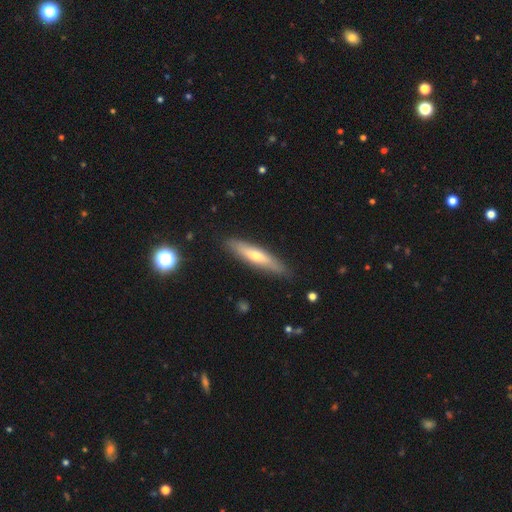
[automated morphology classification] smooth_or_featured: smooth (p=0.49) [alt: featured or disk p=0.44]
merging: none (p=0.87) [alt: minor disturbance p=0.10]